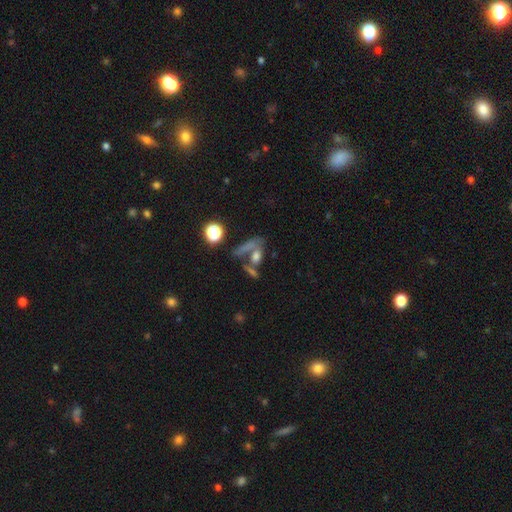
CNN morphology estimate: Overall: smooth (57%; featured or disk 24%). How rounded: in between (56%; round 25%). Merging: merger (43%; none 33%).